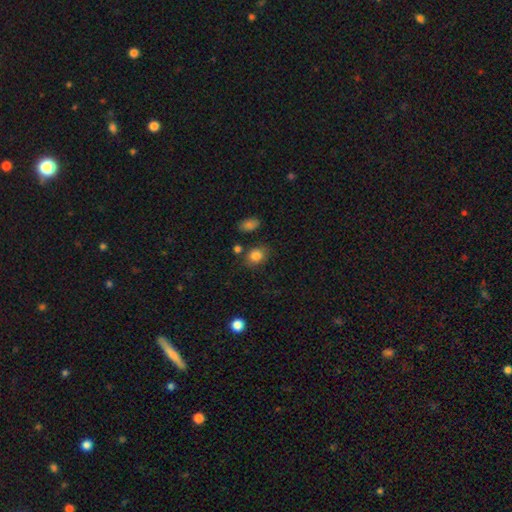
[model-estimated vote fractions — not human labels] Smooth or featured? Predicted: smooth (p=0.83). How rounded? Predicted: in between (p=0.51). Merging? Predicted: none (p=0.74).